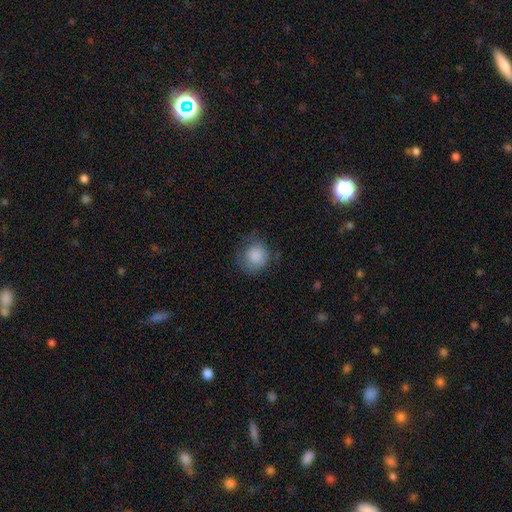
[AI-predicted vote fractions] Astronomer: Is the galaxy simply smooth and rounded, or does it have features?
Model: smooth — 84%.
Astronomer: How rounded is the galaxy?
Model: round — 88%.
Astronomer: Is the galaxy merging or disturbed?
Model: none — 64%.